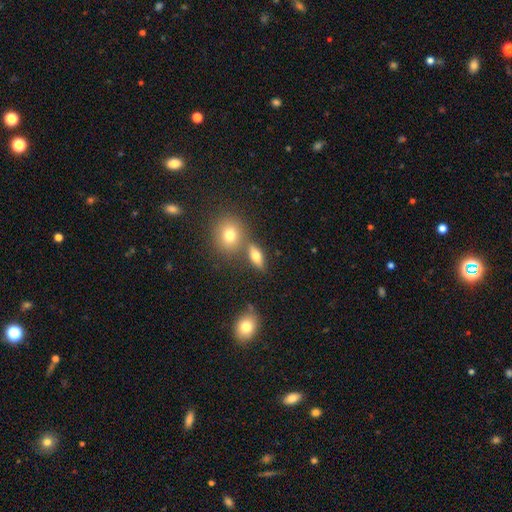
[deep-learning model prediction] The model was most divided on "how rounded": in between: 66%, round: 17%, cigar-shaped: 16%. More confident: smooth or featured — smooth (69%); merging — none (67%).